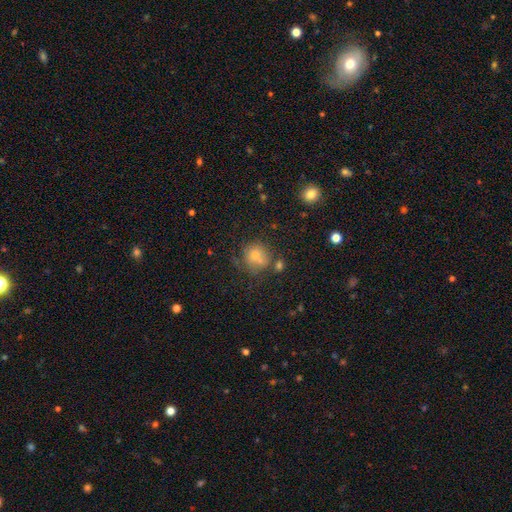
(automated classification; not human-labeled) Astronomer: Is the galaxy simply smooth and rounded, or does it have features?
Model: smooth — 64%.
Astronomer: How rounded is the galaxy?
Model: round — 86%.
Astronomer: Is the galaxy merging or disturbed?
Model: none — 65%.